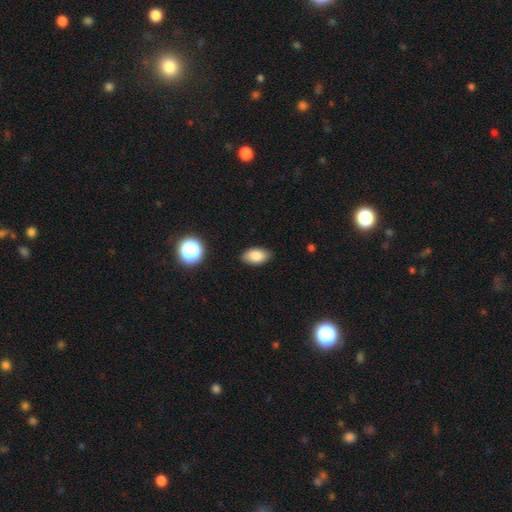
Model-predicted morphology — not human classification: The model was most divided on "merging": none: 85%, minor disturbance: 11%, major disturbance: 2%, merger: 1%. More confident: how rounded — in between (92%); smooth or featured — smooth (84%).